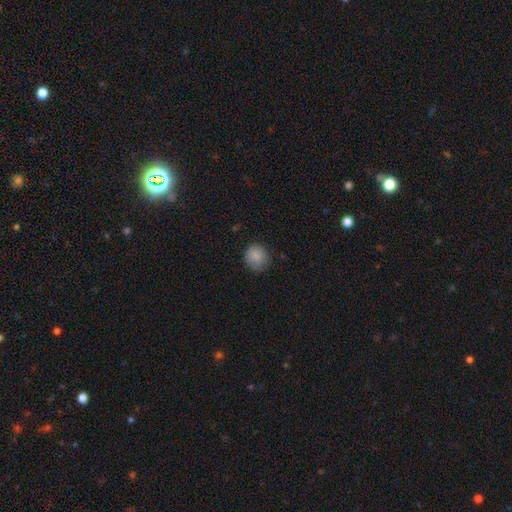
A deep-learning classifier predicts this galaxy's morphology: Smooth or featured? Predicted: smooth (p=0.85). How rounded? Predicted: round (p=0.86). Merging? Predicted: none (p=0.78).